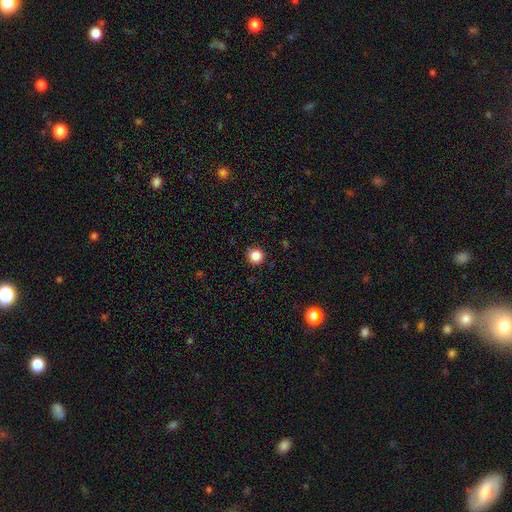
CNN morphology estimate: A smooth galaxy with no disk features (86%) that is round (95%).

Vote fractions:
- Smooth or featured? smooth: 86% / star or artifact: 11% / featured or disk: 3%
- How rounded? round: 95% / in between: 4% / cigar-shaped: 1%
- Merging? none: 92% / minor disturbance: 6% / major disturbance: 2% / merger: 1%